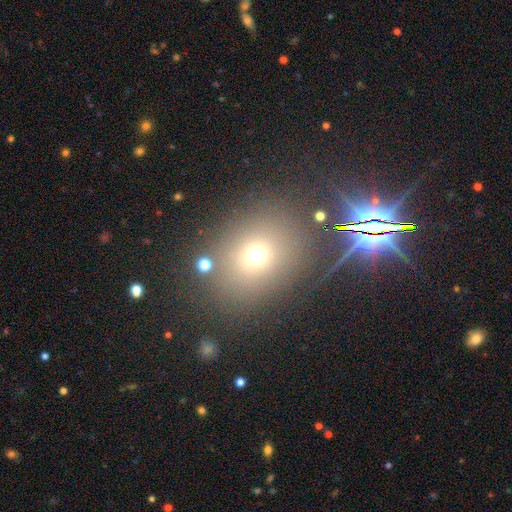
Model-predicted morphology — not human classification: Smooth or featured? Predicted: smooth (p=0.53). How rounded? Predicted: round (p=0.54). Merging? Predicted: none (p=0.82).